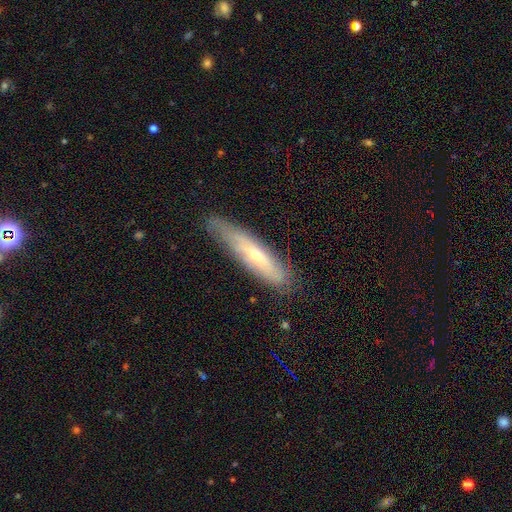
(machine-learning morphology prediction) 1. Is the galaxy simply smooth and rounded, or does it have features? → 51% featured or disk, 41% smooth, 8% star or artifact.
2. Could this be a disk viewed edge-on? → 58% yes, 42% no.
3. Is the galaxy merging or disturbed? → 71% none, 22% minor disturbance, 5% major disturbance, 2% merger.